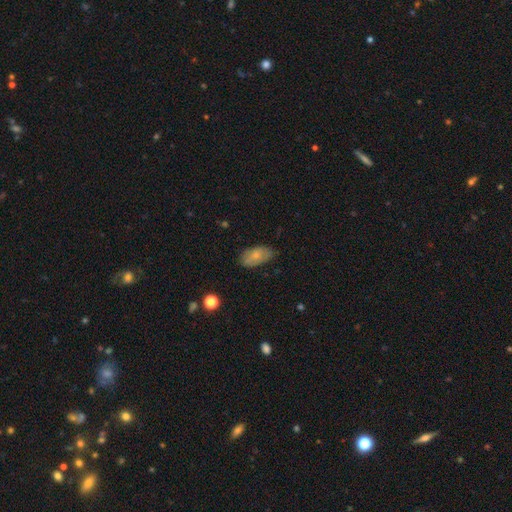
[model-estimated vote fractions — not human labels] Smooth or featured?
  - smooth: 75% *
  - featured or disk: 18%
  - star or artifact: 7%
How rounded?
  - in between: 93% *
  - round: 4%
  - cigar-shaped: 3%
Merging?
  - none: 75% *
  - minor disturbance: 20%
  - major disturbance: 4%
  - merger: 1%